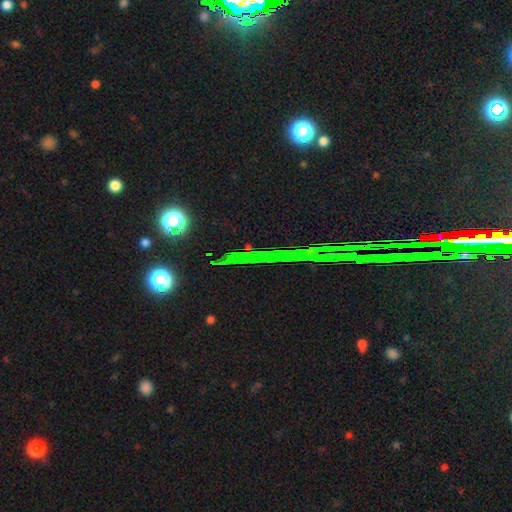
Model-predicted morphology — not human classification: This is clearly a star or artifact rather than a galaxy (80%).